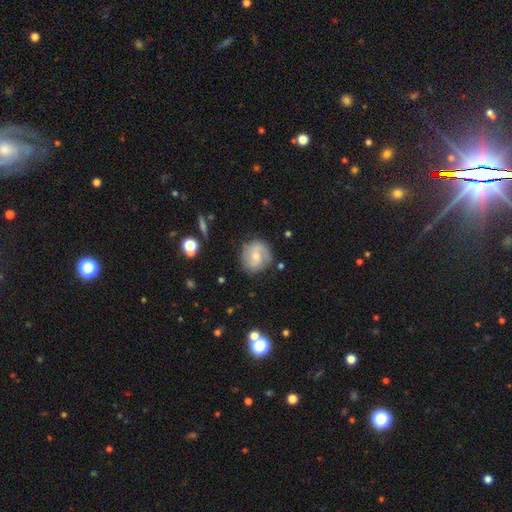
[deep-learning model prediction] This is possibly a featured or disk galaxy (53%). It is clearly not viewed edge-on (97%). Bar: possibly no (48%). Spiral arm pattern: clearly yes (84%). Central bulge: possibly moderate (48%). Merging: likely none (75%).